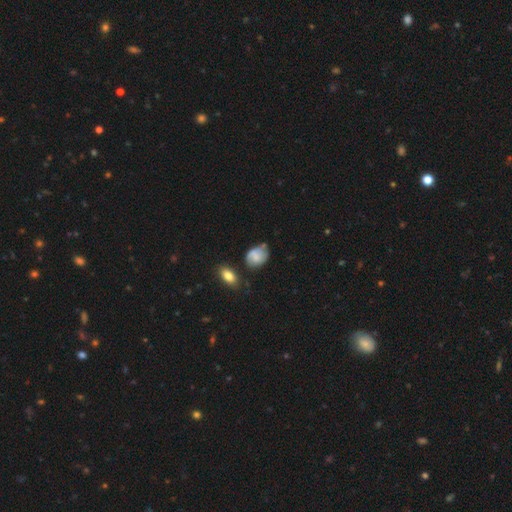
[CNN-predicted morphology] This appears to be a smooth galaxy with no disk features (64%) that is in between round and cigar-shaped (68%). Merging: none (49%).